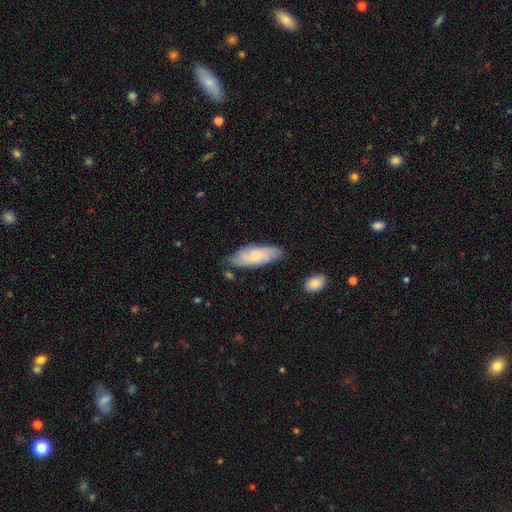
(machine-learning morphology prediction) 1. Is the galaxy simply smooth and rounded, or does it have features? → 53% smooth, 40% featured or disk, 7% star or artifact.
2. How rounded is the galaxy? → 73% in between, 24% cigar-shaped, 2% round.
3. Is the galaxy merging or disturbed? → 72% none, 21% minor disturbance, 4% major disturbance, 3% merger.